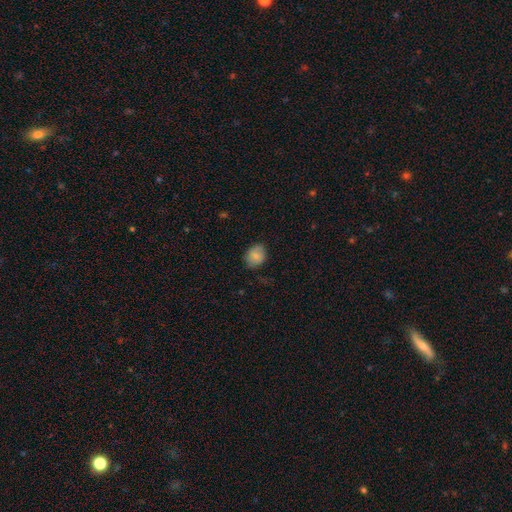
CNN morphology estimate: Overall: smooth (81%). How rounded: round (52%; in between 47%). Merging: none (77%).